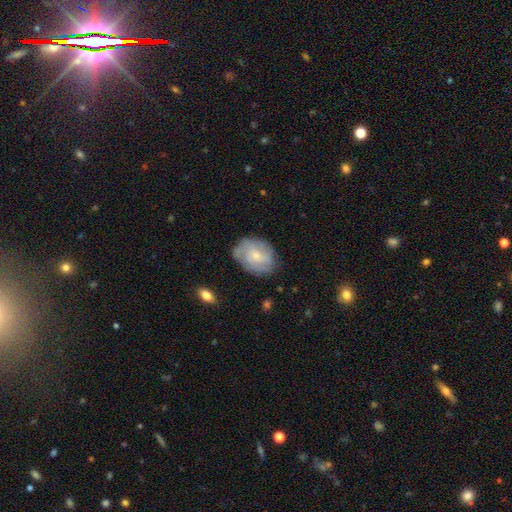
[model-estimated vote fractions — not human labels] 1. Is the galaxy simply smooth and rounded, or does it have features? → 55% featured or disk, 38% smooth, 7% star or artifact.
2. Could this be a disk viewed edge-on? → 96% no, 4% yes.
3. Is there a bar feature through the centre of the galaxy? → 69% no, 27% weak, 4% strong.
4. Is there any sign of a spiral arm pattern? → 76% yes, 24% no.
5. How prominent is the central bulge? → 67% small, 27% moderate, 3% none, 2% large, 1% dominant.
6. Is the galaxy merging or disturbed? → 69% none, 23% minor disturbance, 7% major disturbance, 2% merger.